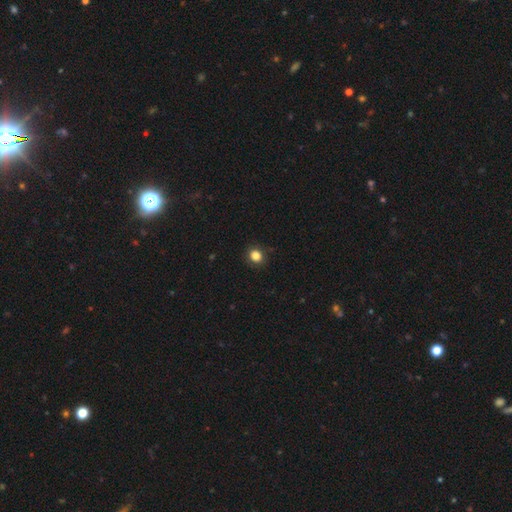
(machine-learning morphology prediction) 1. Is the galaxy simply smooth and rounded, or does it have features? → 84% smooth, 12% star or artifact, 4% featured or disk.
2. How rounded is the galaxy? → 79% round, 20% in between, 1% cigar-shaped.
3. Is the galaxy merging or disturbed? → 89% none, 8% minor disturbance, 2% major disturbance, 1% merger.